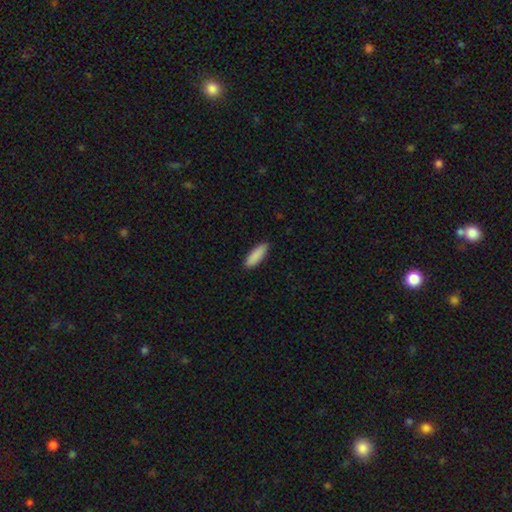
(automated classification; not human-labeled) Smooth or featured? Predicted: smooth (p=0.90). How rounded? Predicted: in between (p=0.56). Merging? Predicted: none (p=0.87).